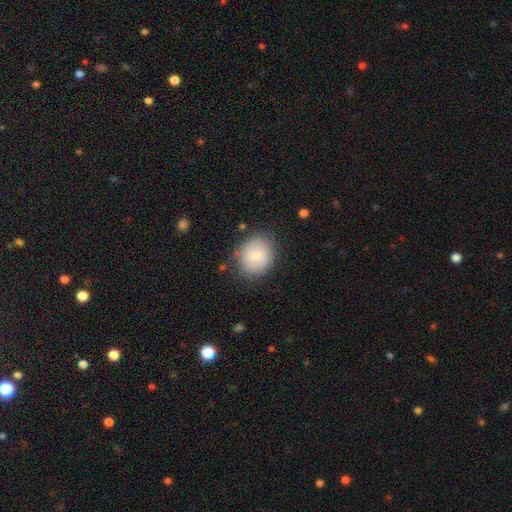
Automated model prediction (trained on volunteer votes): Overall: smooth (69%). How rounded: round (68%; in between 31%). Merging: none (80%).